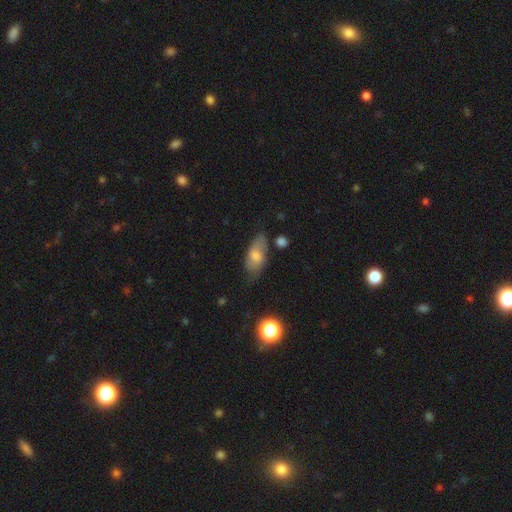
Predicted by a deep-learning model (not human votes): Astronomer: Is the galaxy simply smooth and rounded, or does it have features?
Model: smooth — 63%.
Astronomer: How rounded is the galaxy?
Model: in between — 87%.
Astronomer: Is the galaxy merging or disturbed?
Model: none — 59%.